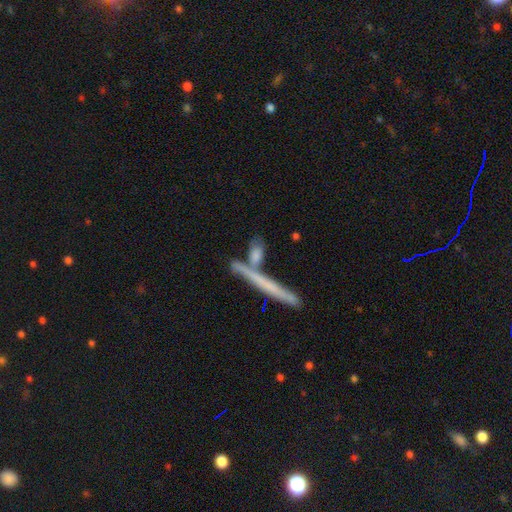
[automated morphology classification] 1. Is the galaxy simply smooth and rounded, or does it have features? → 65% smooth, 27% featured or disk, 7% star or artifact.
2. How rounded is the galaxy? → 58% cigar-shaped, 34% in between, 8% round.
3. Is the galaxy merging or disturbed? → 53% none, 27% merger, 14% minor disturbance, 6% major disturbance.